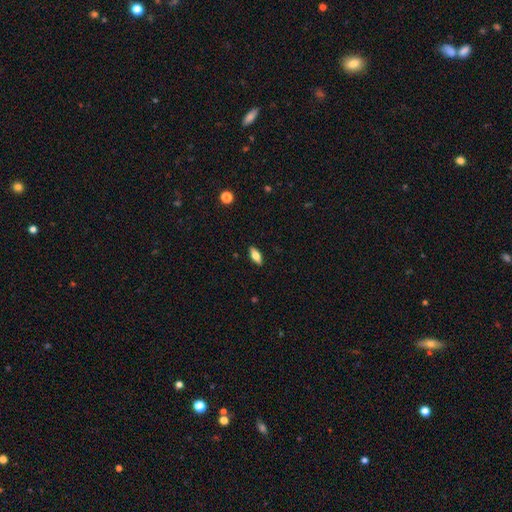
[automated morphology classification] smooth-or-featured: smooth: 68% | featured or disk: 24% | star or artifact: 7%
  how-rounded: in between: 81% | cigar-shaped: 16% | round: 3%
  merging: none: 90% | minor disturbance: 8% | major disturbance: 2% | merger: 1%